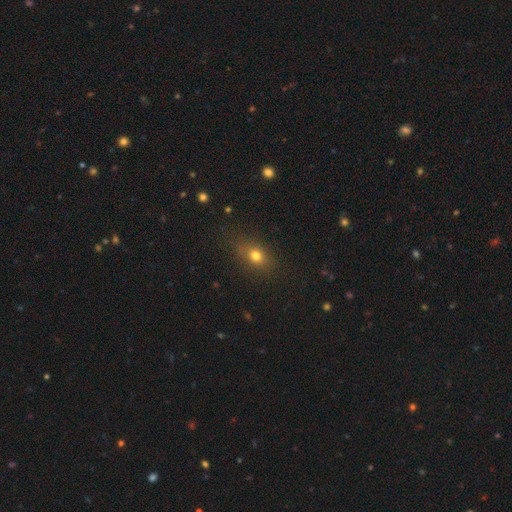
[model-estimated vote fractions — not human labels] Morphology: type=smooth (74%); roundness=in between (57%); merging=none (80%).